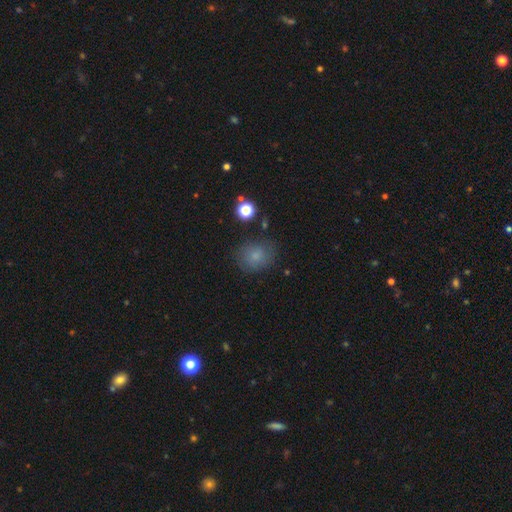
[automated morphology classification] smooth 78%, star or artifact 12%, featured or disk 9%. Down the decision tree: how rounded — round (57%); merging — none (74%).